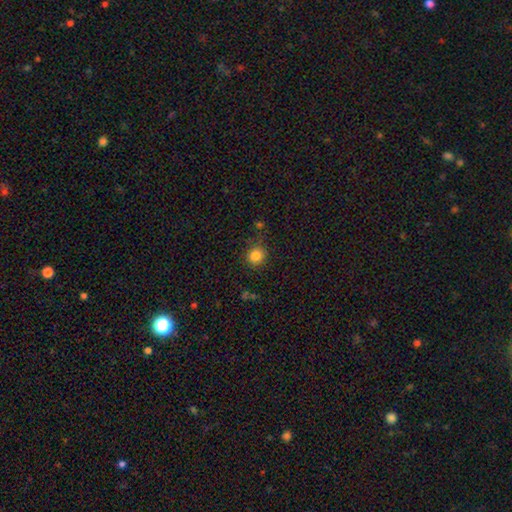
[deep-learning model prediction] smooth-or-featured: smooth: 83% | star or artifact: 12% | featured or disk: 5%
  how-rounded: round: 90% | in between: 9% | cigar-shaped: 1%
  merging: none: 83% | minor disturbance: 11% | major disturbance: 3% | merger: 2%